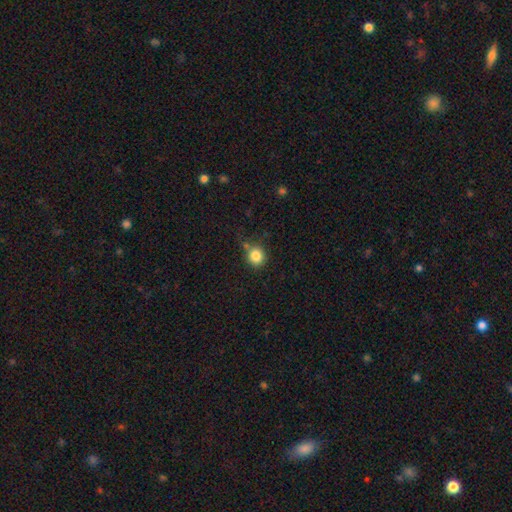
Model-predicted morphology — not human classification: Smooth or featured? smooth (84%)
How rounded? round (85%)
Merging? none (71%)